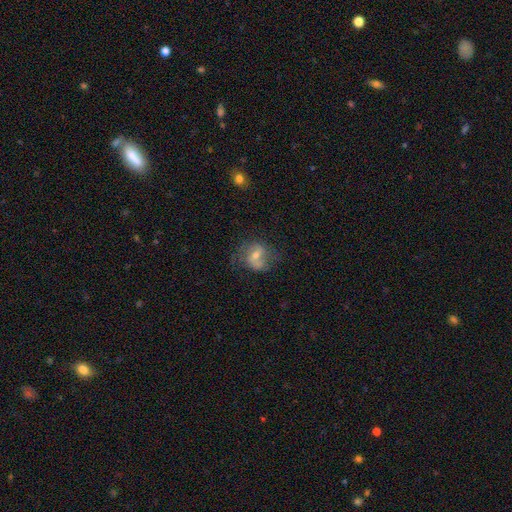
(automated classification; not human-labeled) Smooth or featured?
  - featured or disk: 55% *
  - smooth: 35%
  - star or artifact: 9%
Edge-on disk?
  - no: 96% *
  - yes: 4%
Bar?
  - weak: 45% *
  - no: 32%
  - strong: 22%
Spiral arms?
  - yes: 75% *
  - no: 25%
Bulge size?
  - moderate: 56% *
  - small: 37%
  - large: 4%
  - none: 2%
  - dominant: 1%
Merging?
  - none: 58% *
  - minor disturbance: 24%
  - major disturbance: 15%
  - merger: 4%